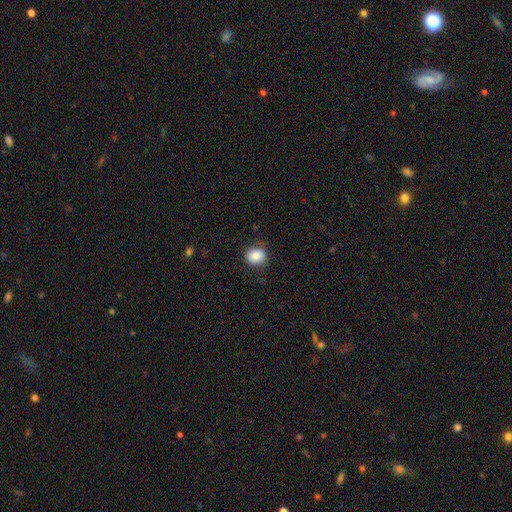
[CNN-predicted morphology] Smooth or featured: smooth — 85% (star or artifact — 9%)
How rounded: round — 67% (in between — 32%)
Merging: none — 81% (minor disturbance — 14%)